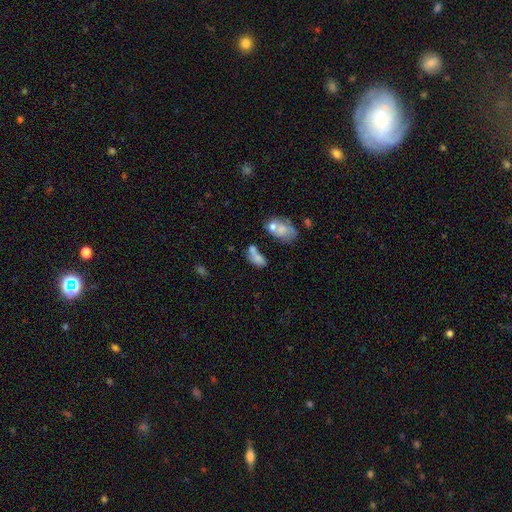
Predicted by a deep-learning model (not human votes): smooth-or-featured: smooth: 68% | featured or disk: 19% | star or artifact: 13%
  how-rounded: in between: 84% | round: 11% | cigar-shaped: 6%
  merging: merger: 47% | none: 27% | minor disturbance: 15% | major disturbance: 12%